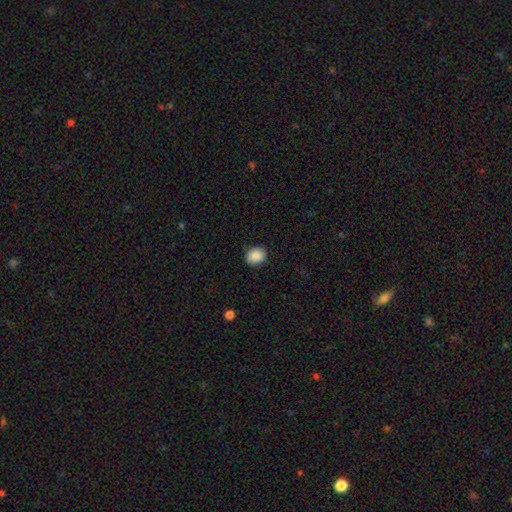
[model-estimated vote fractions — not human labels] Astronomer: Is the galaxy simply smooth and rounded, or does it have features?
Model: smooth — 89%.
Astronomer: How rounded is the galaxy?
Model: round — 64%.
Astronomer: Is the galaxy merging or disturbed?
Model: none — 87%.